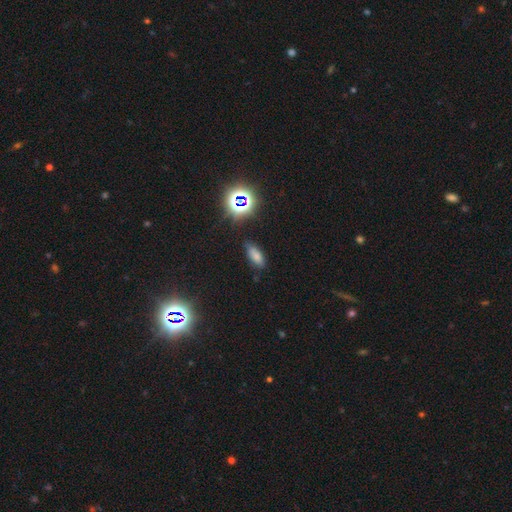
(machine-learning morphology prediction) smooth_or_featured: smooth (p=0.71) [alt: star or artifact p=0.21]
how_rounded: in between (p=0.80) [alt: cigar-shaped p=0.16]
merging: none (p=0.77) [alt: minor disturbance p=0.16]